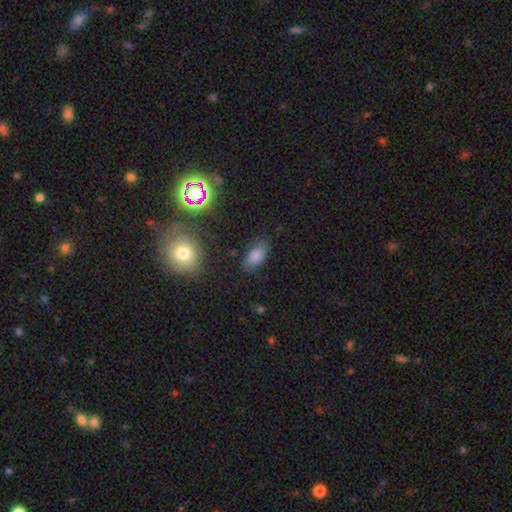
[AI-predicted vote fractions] Q: Smooth or featured?
A: smooth (71%); runner-up: featured or disk (16%)
Q: How rounded?
A: in between (89%); runner-up: round (6%)
Q: Merging?
A: none (78%); runner-up: minor disturbance (16%)